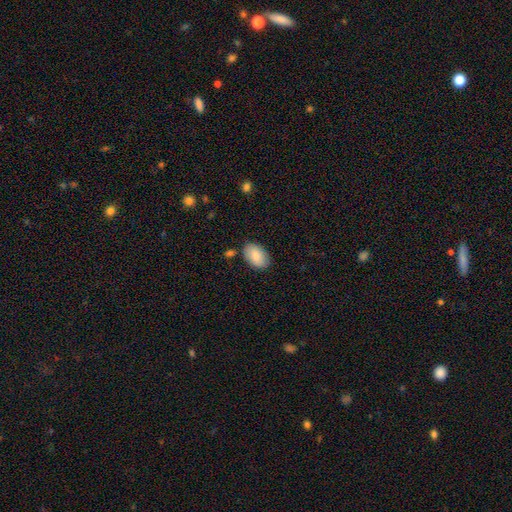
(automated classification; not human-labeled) Smooth or featured? Predicted: smooth (p=0.85). How rounded? Predicted: in between (p=0.93). Merging? Predicted: none (p=0.82).